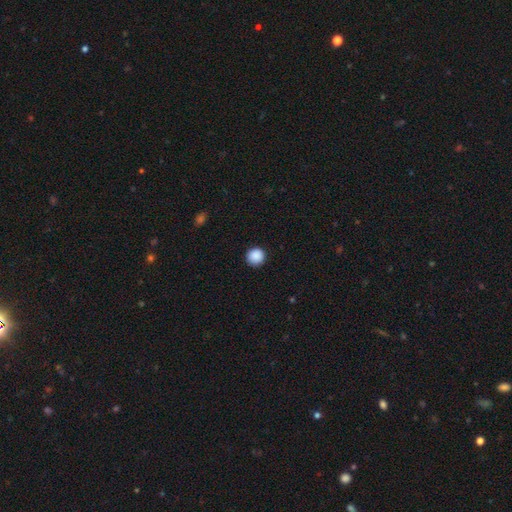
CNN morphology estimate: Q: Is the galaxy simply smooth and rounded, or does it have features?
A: smooth — 89%.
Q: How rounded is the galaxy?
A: round — 96%.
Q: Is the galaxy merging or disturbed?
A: none — 92%.